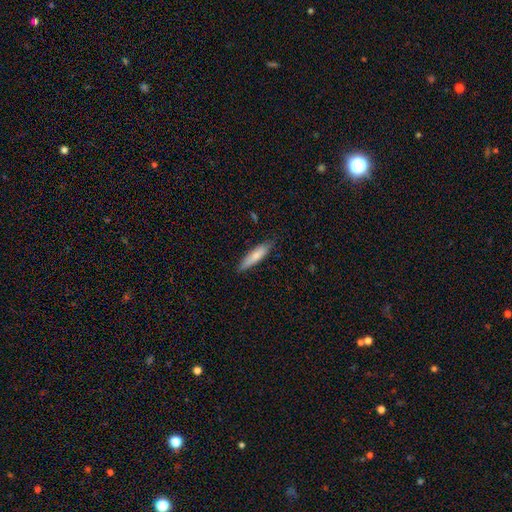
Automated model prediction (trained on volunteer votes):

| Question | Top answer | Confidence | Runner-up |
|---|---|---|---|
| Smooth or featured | smooth | 76% | featured or disk (19%) |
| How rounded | cigar-shaped | 72% | in between (26%) |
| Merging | none | 81% | minor disturbance (16%) |